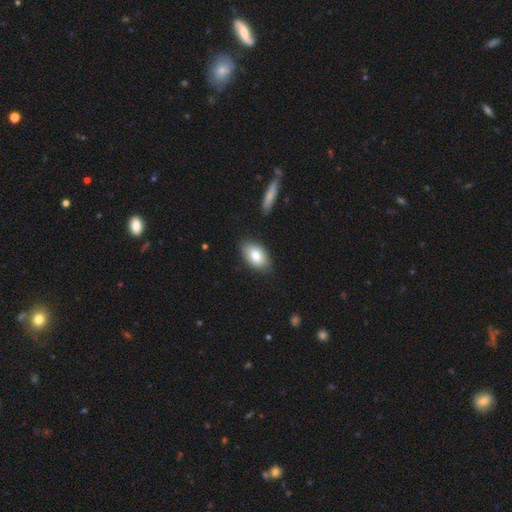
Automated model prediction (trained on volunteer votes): The model was most divided on "smooth or featured": smooth: 80%, featured or disk: 13%, star or artifact: 7%. More confident: how rounded — in between (92%); merging — none (83%).